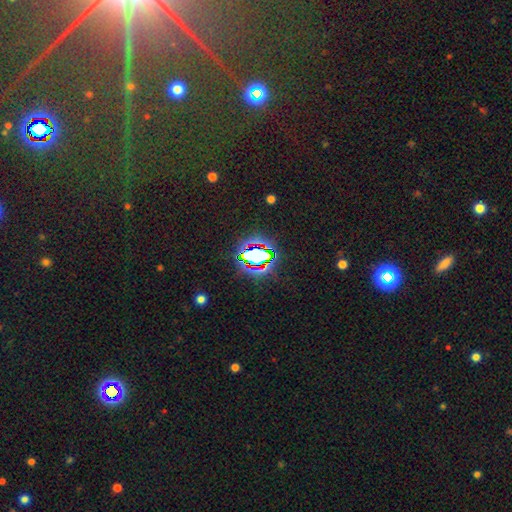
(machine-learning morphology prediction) The model was most divided on "smooth or featured": star or artifact: 68%, smooth: 20%, featured or disk: 12%.